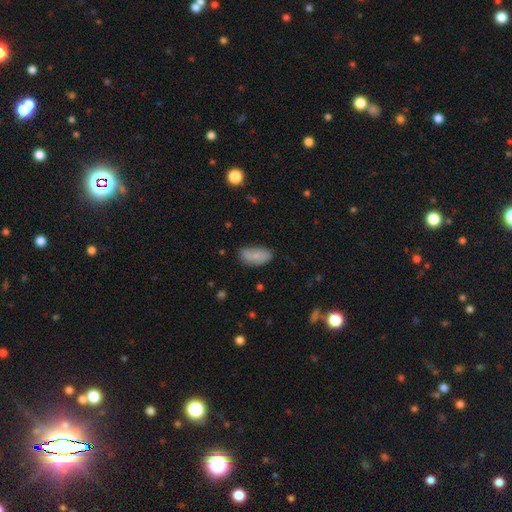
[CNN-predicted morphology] A smooth galaxy with no disk features (72%) that is in between round and cigar-shaped (92%).

Vote fractions:
- Smooth or featured? smooth: 72% / featured or disk: 20% / star or artifact: 8%
- How rounded? in between: 92% / cigar-shaped: 4% / round: 3%
- Merging? none: 64% / minor disturbance: 26% / major disturbance: 6% / merger: 4%